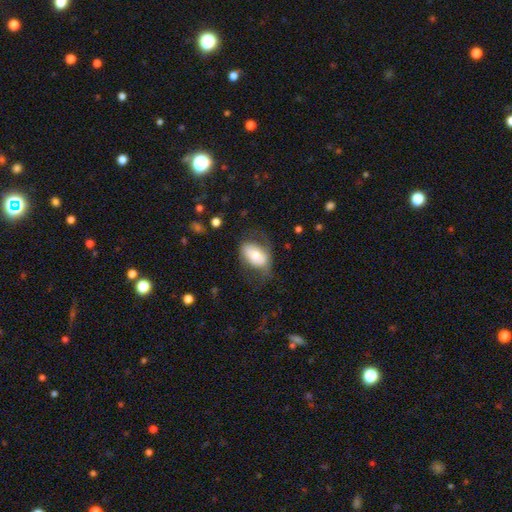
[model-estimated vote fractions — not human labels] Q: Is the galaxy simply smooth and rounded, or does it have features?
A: smooth — 58%.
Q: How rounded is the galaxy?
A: in between — 88%.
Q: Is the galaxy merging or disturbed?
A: none — 53%.